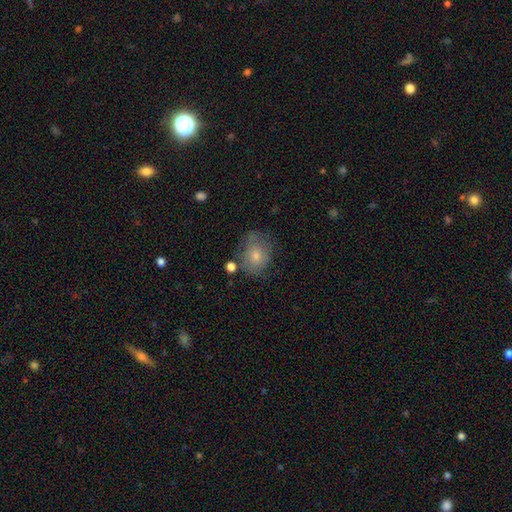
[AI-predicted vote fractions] Smooth or featured? Predicted: smooth (p=0.62). How rounded? Predicted: round (p=0.51). Merging? Predicted: none (p=0.64).